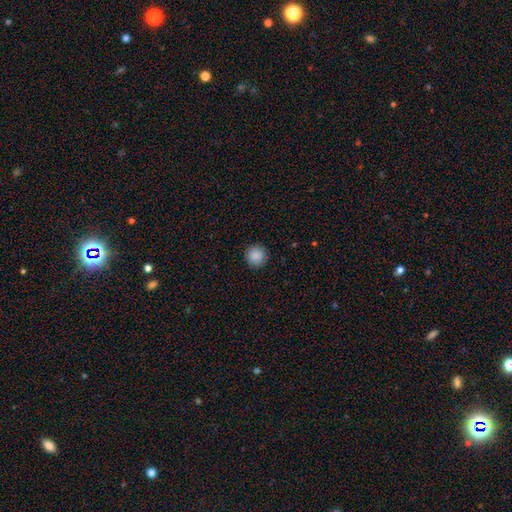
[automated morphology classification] smooth-or-featured: smooth: 88% | star or artifact: 8% | featured or disk: 4%
  how-rounded: round: 95% | in between: 4% | cigar-shaped: 1%
  merging: none: 92% | minor disturbance: 5% | major disturbance: 2% | merger: 1%